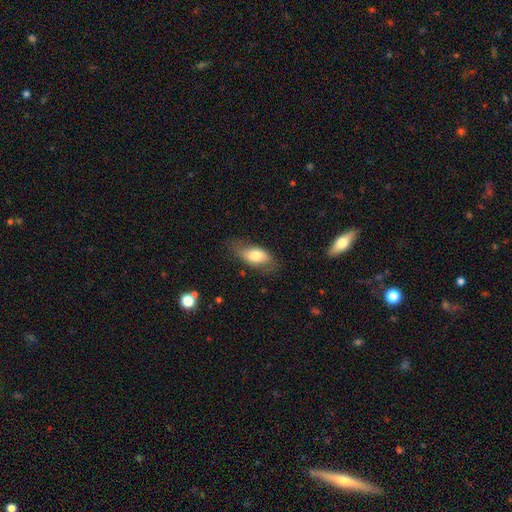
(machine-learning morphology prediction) smooth 71%, featured or disk 22%, star or artifact 7%. Down the decision tree: how rounded — in between (88%); merging — none (68%).